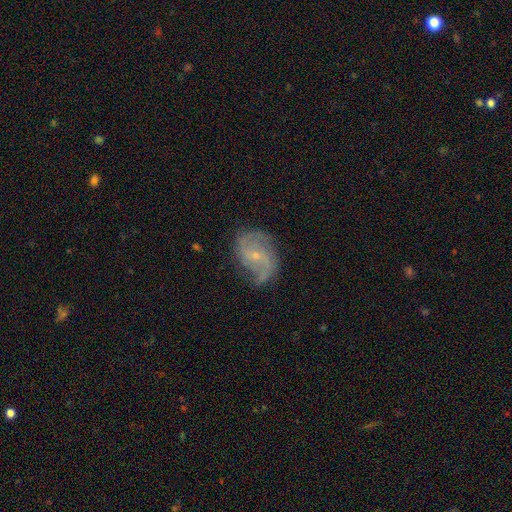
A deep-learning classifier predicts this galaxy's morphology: featured or disk 79%, smooth 13%, star or artifact 8%. Down the decision tree: edge-on disk — no (97%); bar — no (48%); spiral arms — yes (93%); spiral arm count — 2 (72%); spiral winding — medium (44%); bulge size — small (75%); merging — none (67%).